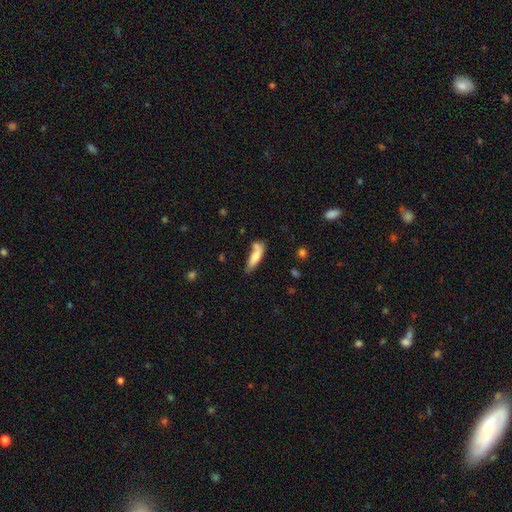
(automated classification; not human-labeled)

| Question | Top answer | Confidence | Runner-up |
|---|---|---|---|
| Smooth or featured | smooth | 73% | featured or disk (20%) |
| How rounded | cigar-shaped | 62% | in between (37%) |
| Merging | none | 51% | minor disturbance (25%) |